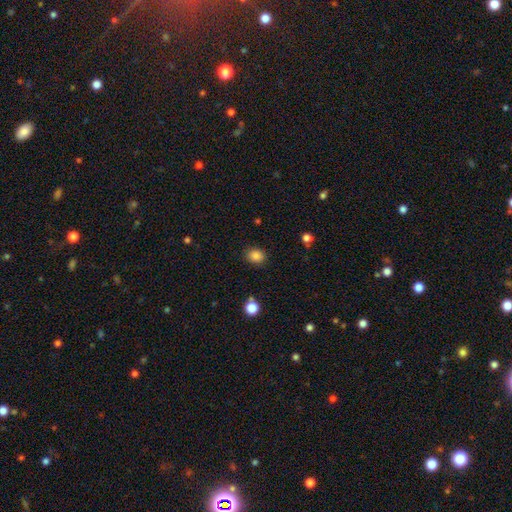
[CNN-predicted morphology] Smooth or featured: smooth — 85% (star or artifact — 11%)
How rounded: round — 59% (in between — 40%)
Merging: none — 87% (minor disturbance — 9%)